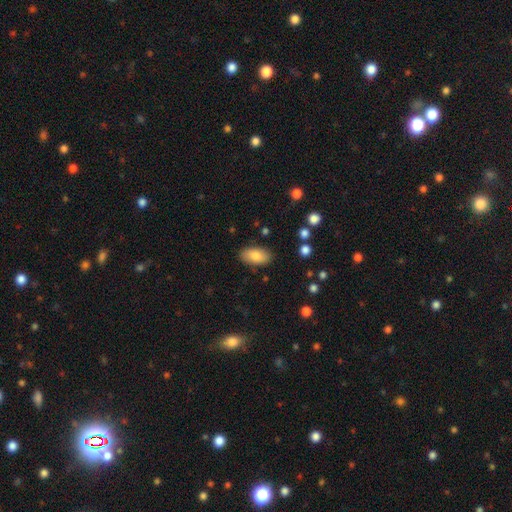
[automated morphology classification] Q: Smooth or featured?
A: smooth (81%); runner-up: featured or disk (12%)
Q: How rounded?
A: in between (93%); runner-up: round (4%)
Q: Merging?
A: none (86%); runner-up: minor disturbance (10%)